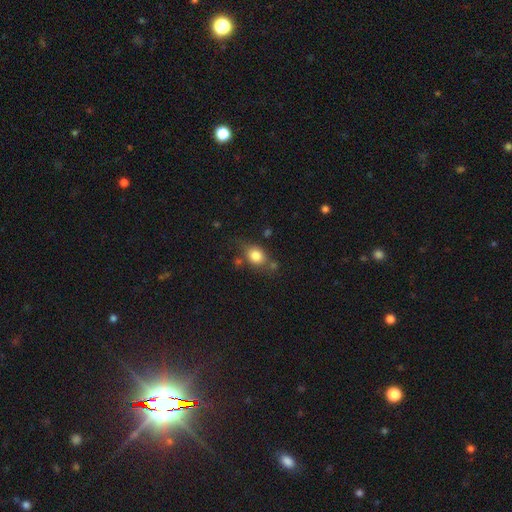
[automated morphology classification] smooth-or-featured: smooth: 79% | featured or disk: 12% | star or artifact: 10%
  how-rounded: in between: 49% | round: 48% | cigar-shaped: 2%
  merging: none: 60% | minor disturbance: 23% | merger: 9% | major disturbance: 8%